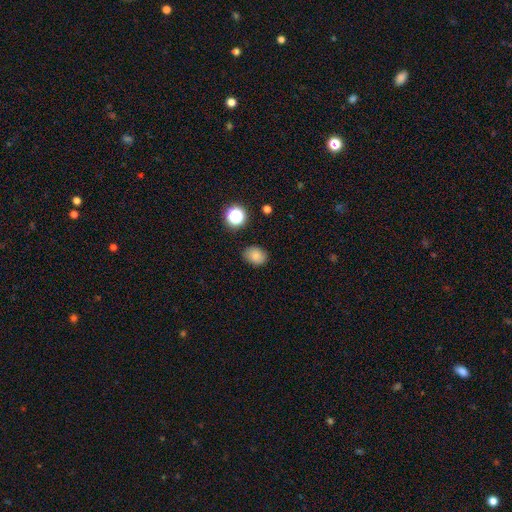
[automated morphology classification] Smooth or featured? Predicted: smooth (p=0.82). How rounded? Predicted: in between (p=0.57). Merging? Predicted: none (p=0.82).